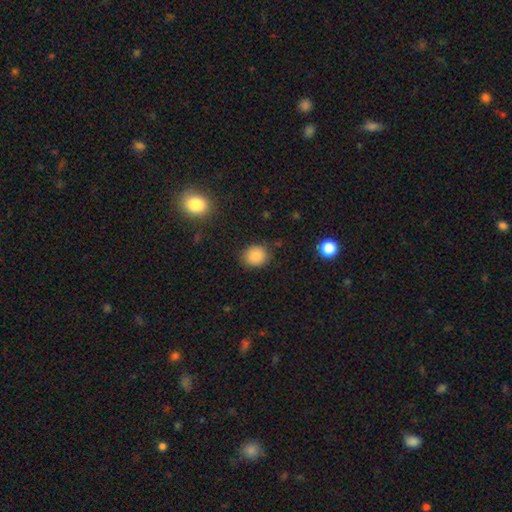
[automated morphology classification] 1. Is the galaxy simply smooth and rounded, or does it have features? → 84% smooth, 10% star or artifact, 6% featured or disk.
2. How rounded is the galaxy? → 73% round, 26% in between, 1% cigar-shaped.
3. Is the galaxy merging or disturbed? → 84% none, 12% minor disturbance, 3% major disturbance, 2% merger.